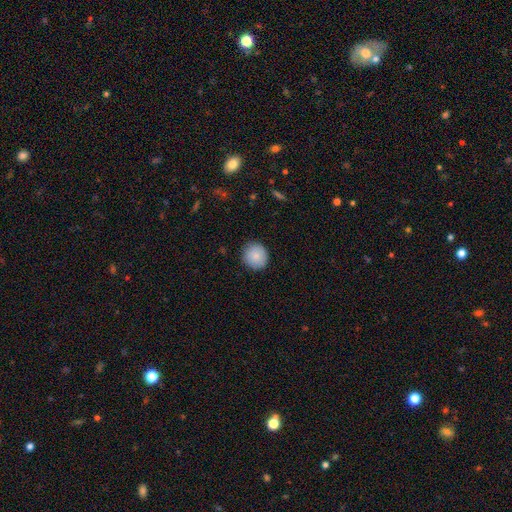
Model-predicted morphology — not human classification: smooth_or_featured: smooth (p=0.86) [alt: star or artifact p=0.08]
how_rounded: round (p=0.92) [alt: in between p=0.07]
merging: none (p=0.88) [alt: minor disturbance p=0.09]